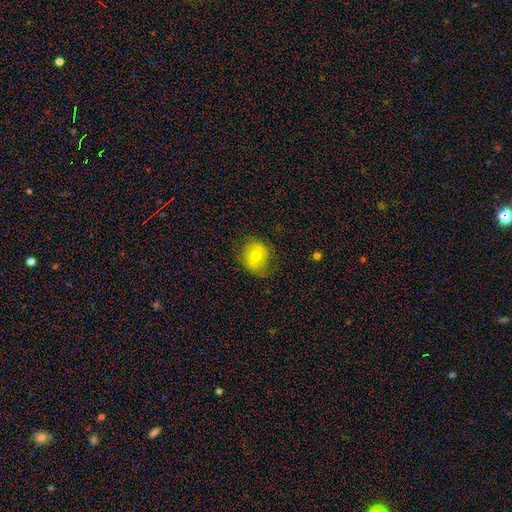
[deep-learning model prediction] A smooth galaxy with no disk features (55%) that is round (61%). Merging: none (68%).